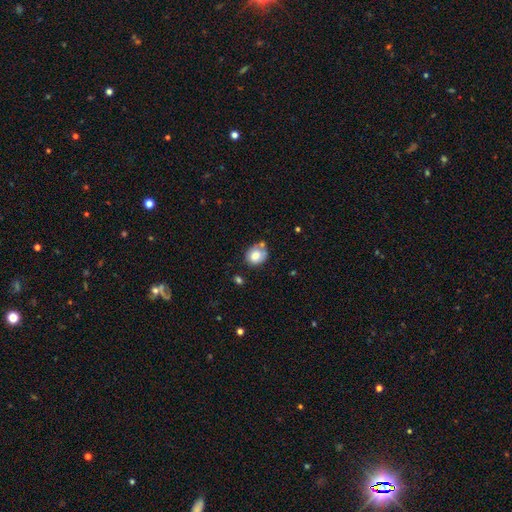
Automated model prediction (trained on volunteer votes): smooth_or_featured: smooth (p=0.78) [alt: featured or disk p=0.13]
how_rounded: round (p=0.69) [alt: in between p=0.31]
merging: none (p=0.53) [alt: minor disturbance p=0.24]